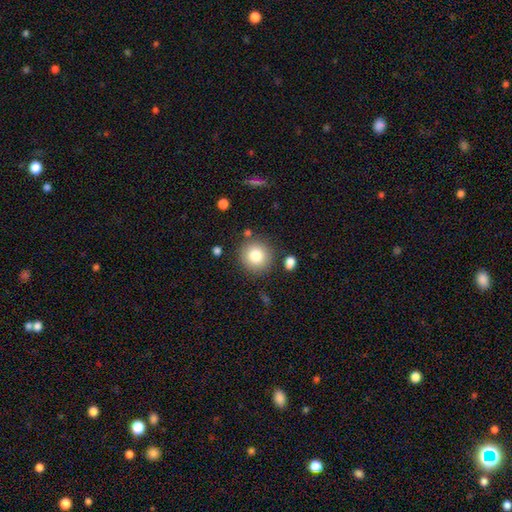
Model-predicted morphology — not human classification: This is clearly a smooth galaxy (82%). How rounded: clearly round (92%). Merging: clearly none (84%).